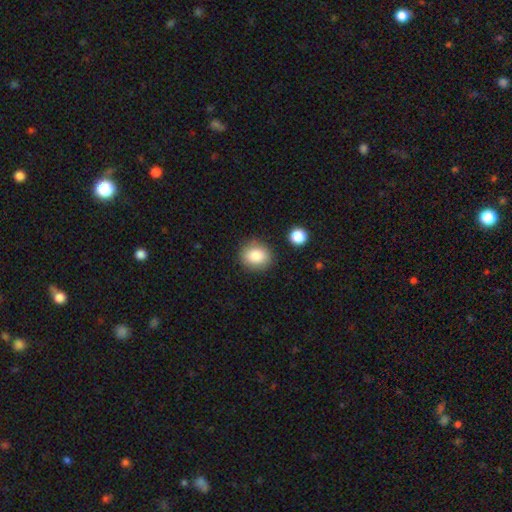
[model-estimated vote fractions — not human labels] smooth 86%, star or artifact 9%, featured or disk 6%. Down the decision tree: how rounded — round (66%); merging — none (83%).